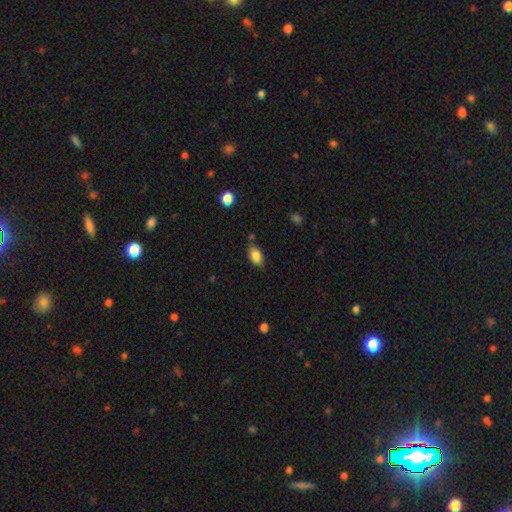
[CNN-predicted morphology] A smooth galaxy with no disk features (85%) that is in between round and cigar-shaped (87%). Merging: none (72%).